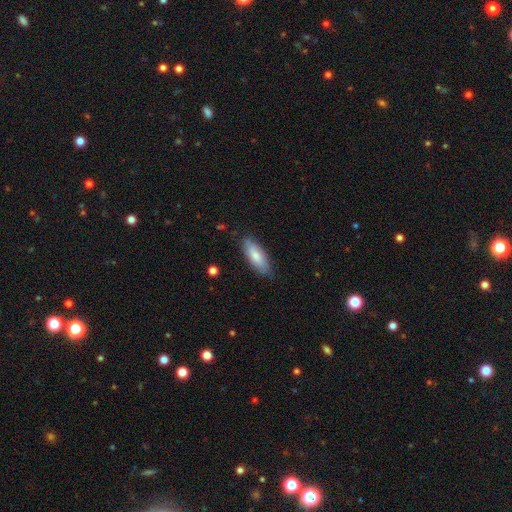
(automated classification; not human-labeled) This is likely a smooth galaxy (76%). How rounded: likely in between (72%). Merging: clearly none (81%).